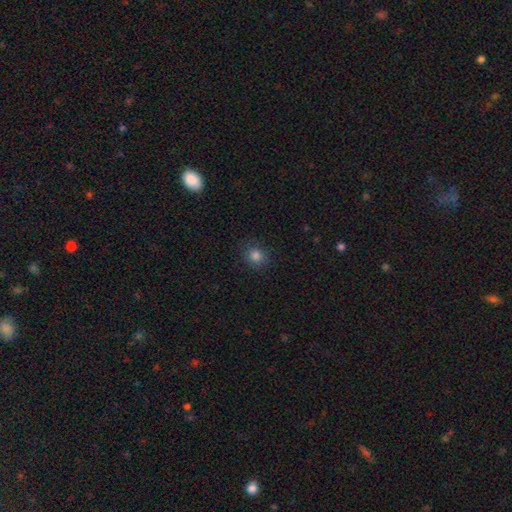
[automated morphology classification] A smooth galaxy with no disk features (83%) that is round (78%). Merging: none (86%).